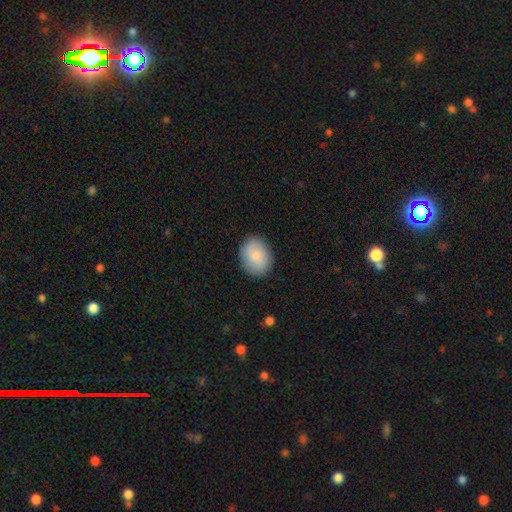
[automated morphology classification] type=smooth (84%); roundness=in between (61%); merging=none (87%).